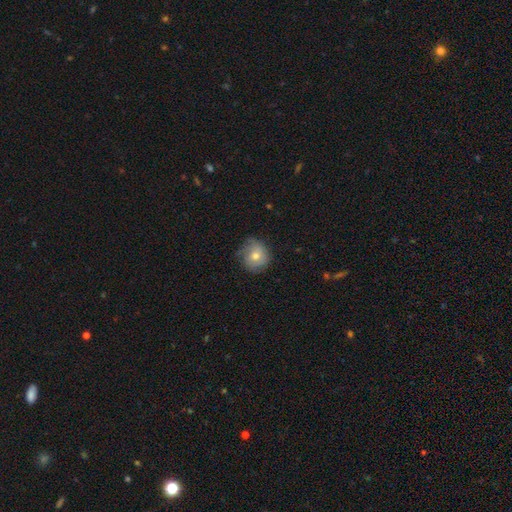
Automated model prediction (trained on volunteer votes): smooth-or-featured: smooth: 63% | featured or disk: 29% | star or artifact: 8%
  how-rounded: round: 84% | in between: 15% | cigar-shaped: 1%
  merging: none: 65% | minor disturbance: 26% | major disturbance: 7% | merger: 1%